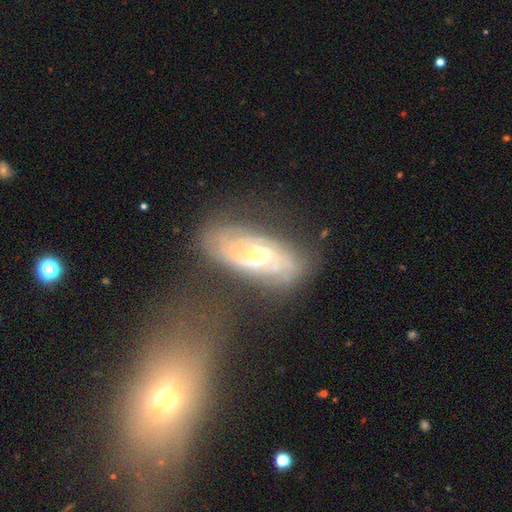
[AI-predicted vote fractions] The model was most divided on "spiral arm count": 2: 33%, can't tell: 24%, 3: 22%, 4: 11%, more than 4: 5%, 1: 5%. More confident: spiral arms — yes (97%); edge-on disk — no (95%); smooth or featured — featured or disk (86%); merging — none (71%); bulge size — small (70%); spiral winding — tight (70%); bar — no (53%).